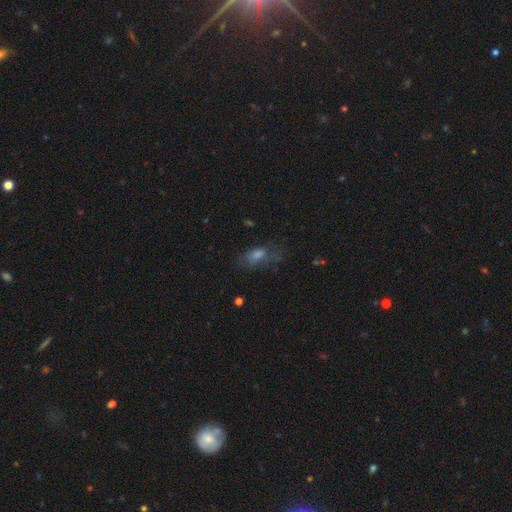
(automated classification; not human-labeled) Smooth or featured? Predicted: smooth (p=0.54). How rounded? Predicted: in between (p=0.77). Merging? Predicted: none (p=0.58).